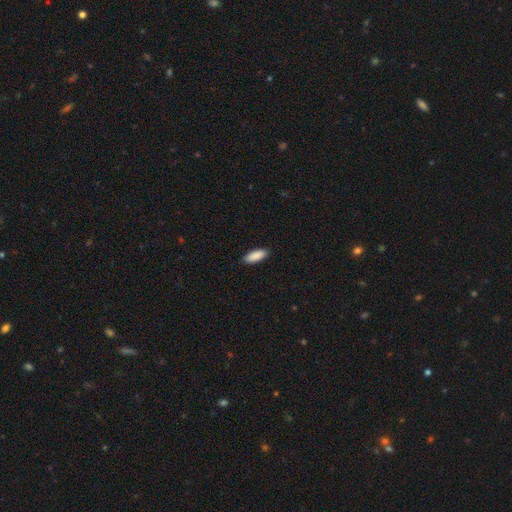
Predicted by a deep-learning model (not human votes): smooth-or-featured: smooth: 91% | star or artifact: 6% | featured or disk: 4%
  how-rounded: in between: 72% | cigar-shaped: 26% | round: 2%
  merging: none: 90% | minor disturbance: 8% | major disturbance: 2% | merger: 1%